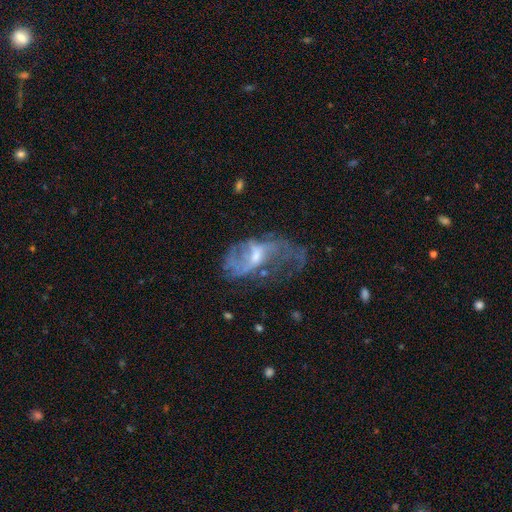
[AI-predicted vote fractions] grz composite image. It shows a featured or disk galaxy (76%) with a weak bar (50%), 2 (53%) loose (65%) spiral arms (74%) and a small central bulge (47%). Merging: major disturbance (42%).